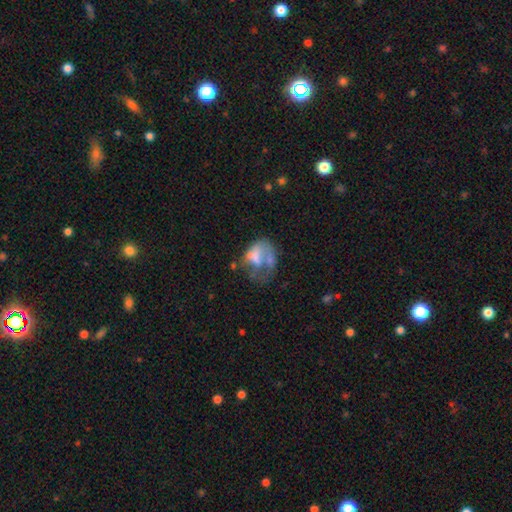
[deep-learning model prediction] smooth_or_featured: smooth (p=0.47) [alt: featured or disk p=0.43]
merging: major disturbance (p=0.44) [alt: none p=0.23]